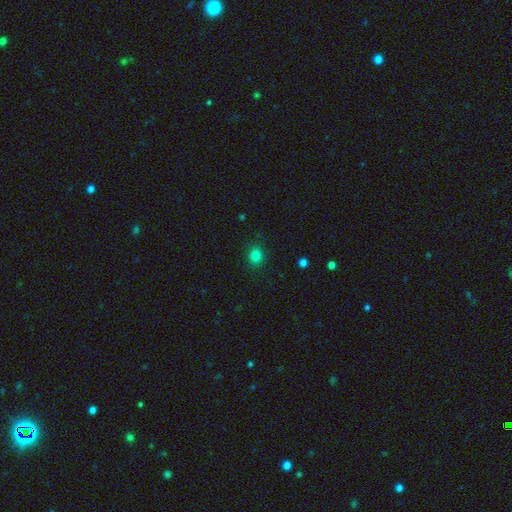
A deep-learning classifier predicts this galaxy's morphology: Overall: smooth (81%). How rounded: round (62%; in between 37%). Merging: none (89%).